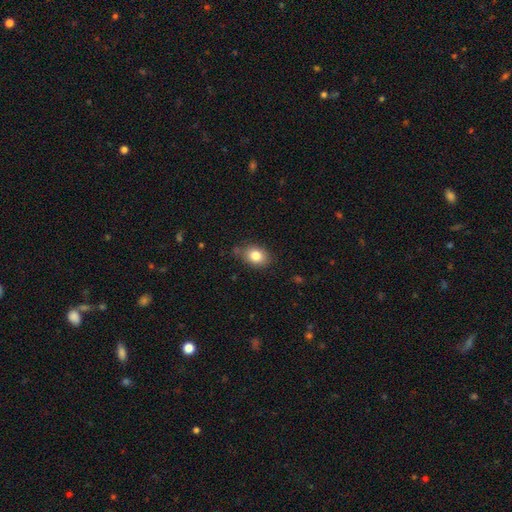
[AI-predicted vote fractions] A smooth galaxy with no disk features (83%) that is in between round and cigar-shaped (71%).

Vote fractions:
- Smooth or featured? smooth: 83% / star or artifact: 9% / featured or disk: 9%
- How rounded? in between: 71% / round: 28% / cigar-shaped: 1%
- Merging? none: 74% / minor disturbance: 19% / major disturbance: 4% / merger: 2%